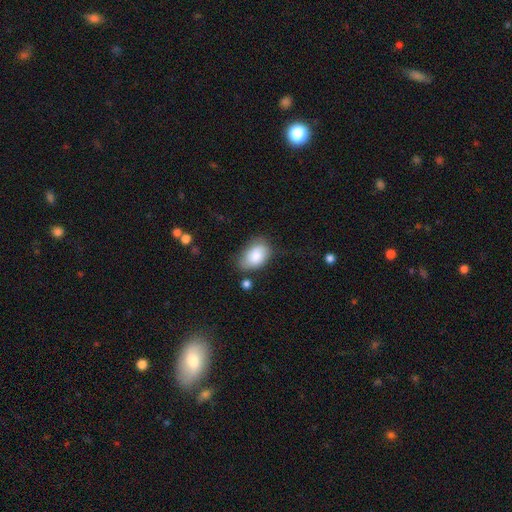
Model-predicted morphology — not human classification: A smooth galaxy with no disk features (84%) that is in between round and cigar-shaped (89%).

Vote fractions:
- Smooth or featured? smooth: 84% / featured or disk: 9% / star or artifact: 6%
- How rounded? in between: 89% / round: 9% / cigar-shaped: 1%
- Merging? none: 63% / minor disturbance: 26% / major disturbance: 7% / merger: 4%